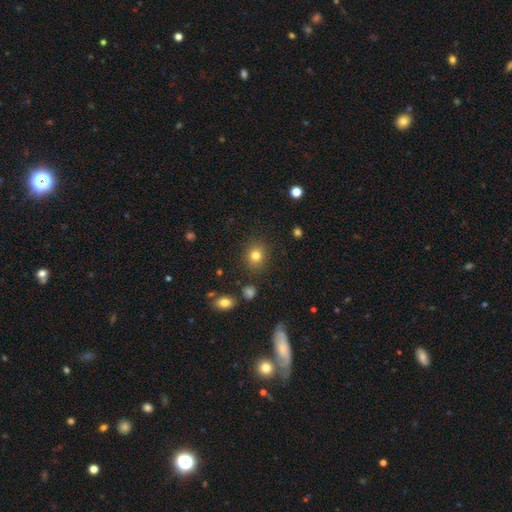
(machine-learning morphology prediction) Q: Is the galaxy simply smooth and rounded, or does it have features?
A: smooth — 80%.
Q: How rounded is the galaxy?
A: round — 71%.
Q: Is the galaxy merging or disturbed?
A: none — 86%.